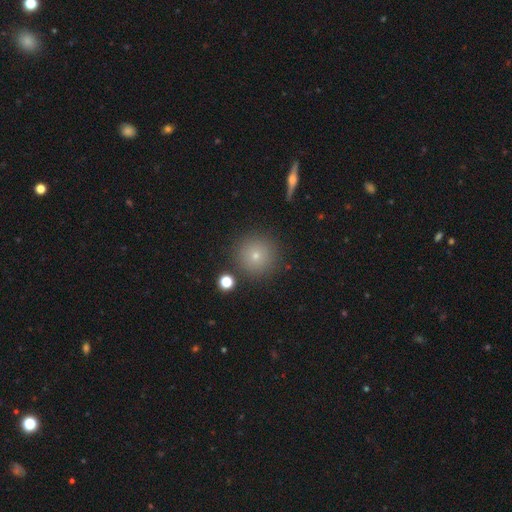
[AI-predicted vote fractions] smooth 74%, star or artifact 15%, featured or disk 11%. Down the decision tree: how rounded — round (96%); merging — none (88%).